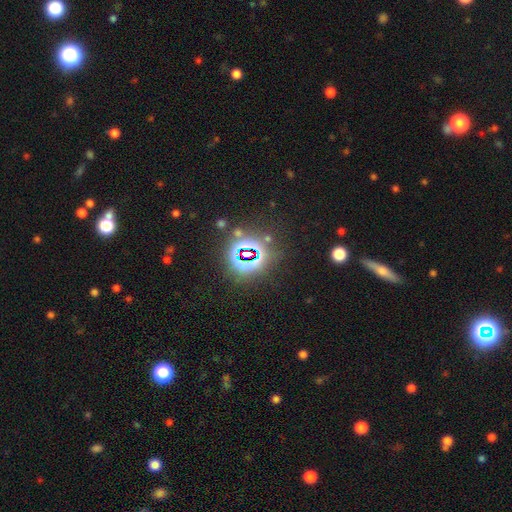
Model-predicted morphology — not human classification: type=star or artifact (75%).